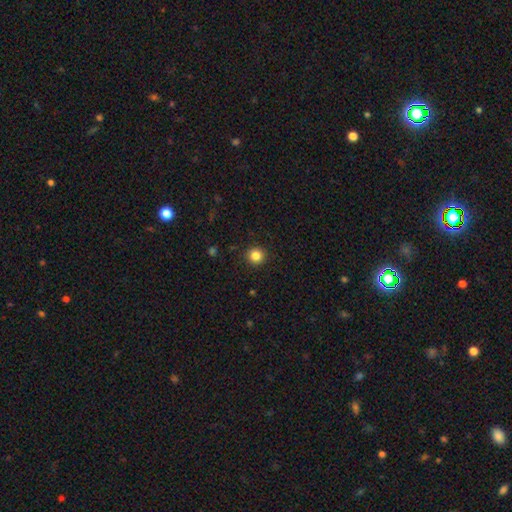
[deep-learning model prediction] smooth 84%, star or artifact 11%, featured or disk 4%. Down the decision tree: how rounded — round (94%); merging — none (92%).